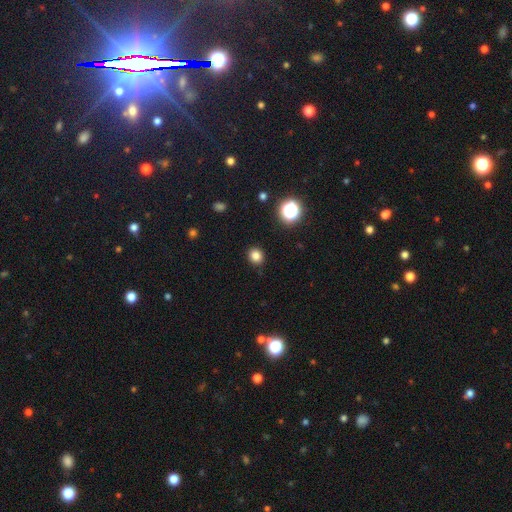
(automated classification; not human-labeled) A smooth galaxy with no disk features (82%) that is round (77%).

Vote fractions:
- Smooth or featured? smooth: 82% / star or artifact: 14% / featured or disk: 4%
- How rounded? round: 77% / in between: 22% / cigar-shaped: 1%
- Merging? none: 90% / minor disturbance: 7% / major disturbance: 2% / merger: 1%